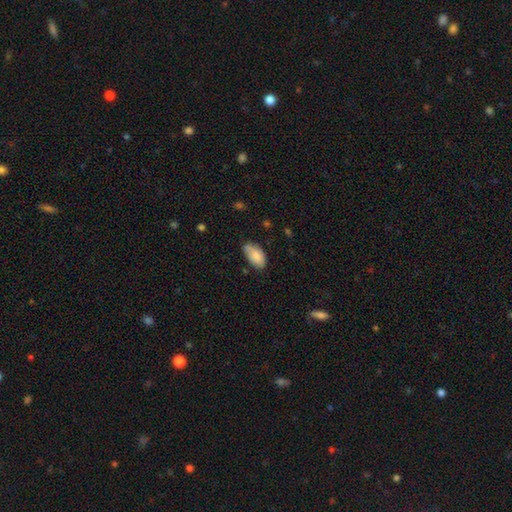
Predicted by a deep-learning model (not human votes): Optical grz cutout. It shows a smooth galaxy with no disk features (81%) that is in between round and cigar-shaped (94%). Merging: none (60%).